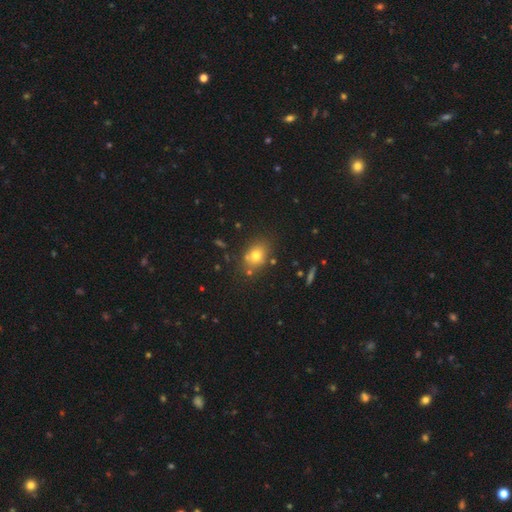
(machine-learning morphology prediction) A smooth galaxy with no disk features (74%) that is in between round and cigar-shaped (54%). Merging: none (75%).